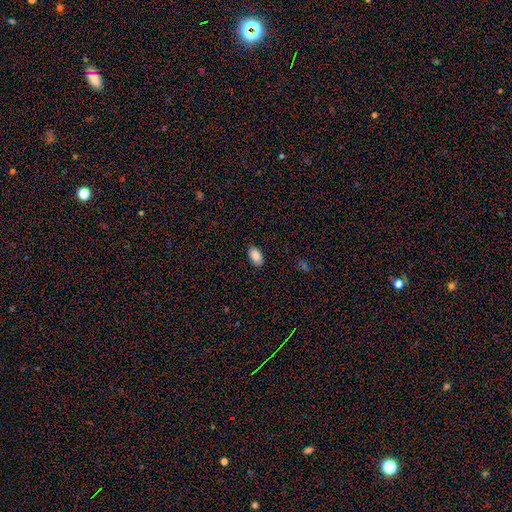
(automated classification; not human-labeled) Smooth or featured? smooth (88%)
How rounded? in between (93%)
Merging? none (87%)